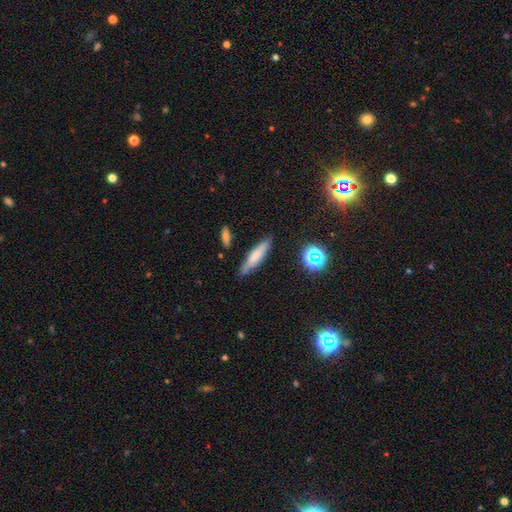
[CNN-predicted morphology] Smooth or featured: smooth — 66% (featured or disk — 24%)
How rounded: cigar-shaped — 77% (in between — 21%)
Merging: none — 81% (minor disturbance — 13%)